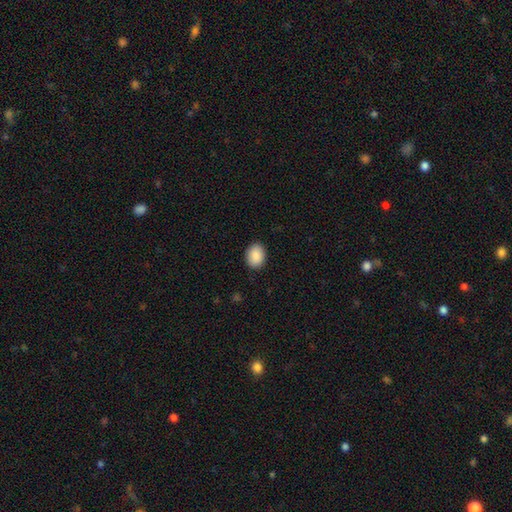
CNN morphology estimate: The model was most divided on "how rounded": in between: 69%, round: 30%, cigar-shaped: 1%. More confident: smooth or featured — smooth (89%); merging — none (89%).